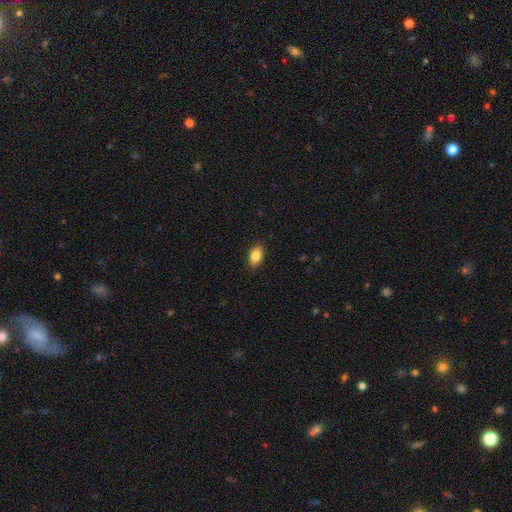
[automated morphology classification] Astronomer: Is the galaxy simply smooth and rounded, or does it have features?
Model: smooth — 86%.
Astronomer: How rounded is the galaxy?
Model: in between — 89%.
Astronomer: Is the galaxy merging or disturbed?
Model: none — 86%.